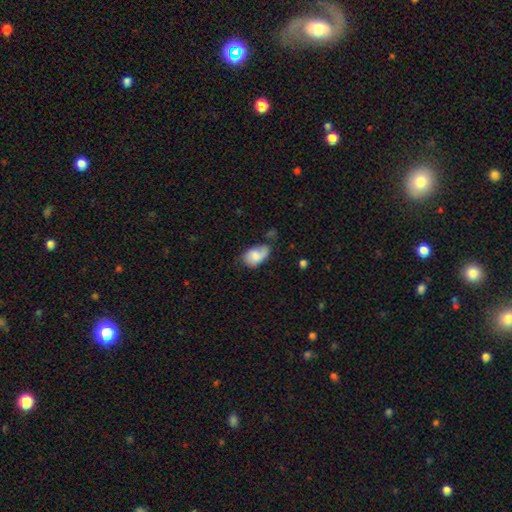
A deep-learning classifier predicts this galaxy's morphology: smooth_or_featured: smooth (p=0.63) [alt: featured or disk p=0.30]
how_rounded: in between (p=0.88) [alt: round p=0.10]
merging: none (p=0.43) [alt: minor disturbance p=0.36]